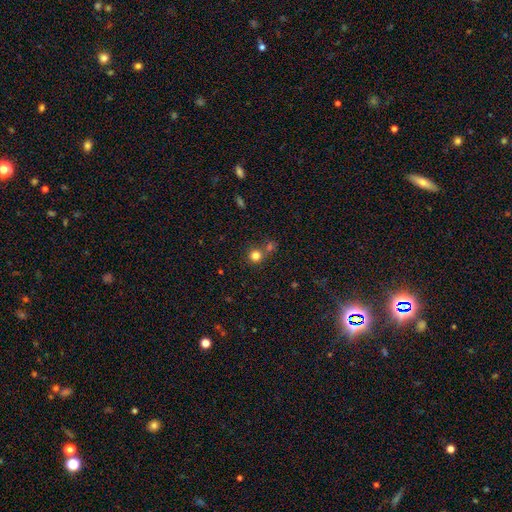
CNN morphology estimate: Smooth or featured? Predicted: smooth (p=0.80). How rounded? Predicted: round (p=0.91). Merging? Predicted: none (p=0.65).